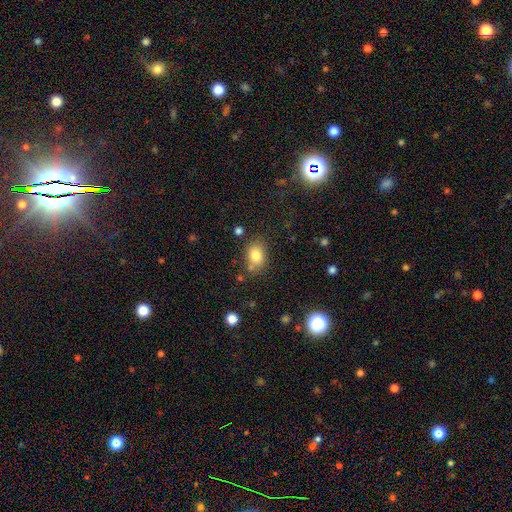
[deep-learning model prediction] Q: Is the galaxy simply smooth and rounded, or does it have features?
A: smooth — 81%.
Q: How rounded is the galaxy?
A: in between — 71%.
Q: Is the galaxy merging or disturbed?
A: none — 71%.